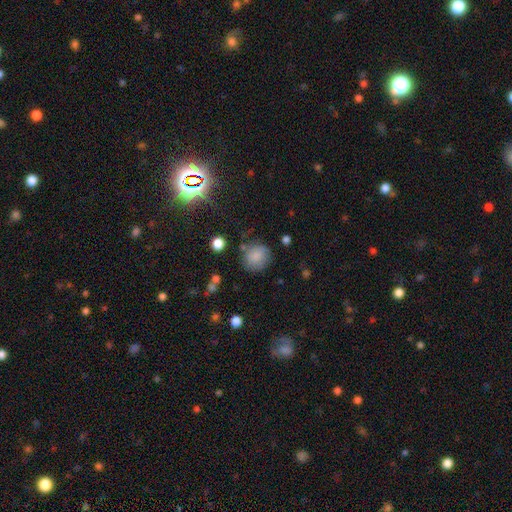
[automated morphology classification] smooth_or_featured: smooth (p=0.82) [alt: star or artifact p=0.10]
how_rounded: round (p=0.80) [alt: in between p=0.19]
merging: none (p=0.72) [alt: minor disturbance p=0.18]